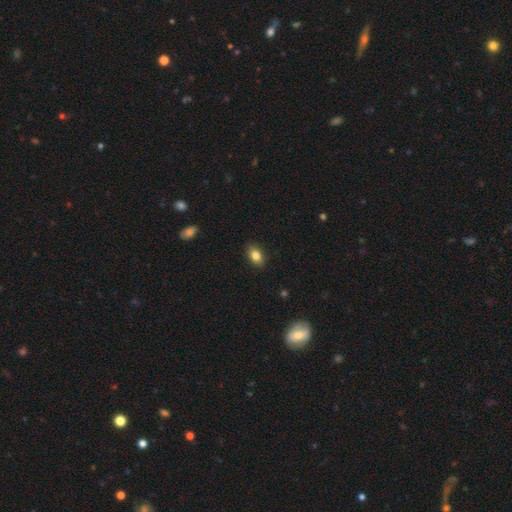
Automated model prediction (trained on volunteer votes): Smooth or featured? Predicted: smooth (p=0.83). How rounded? Predicted: in between (p=0.85). Merging? Predicted: none (p=0.88).